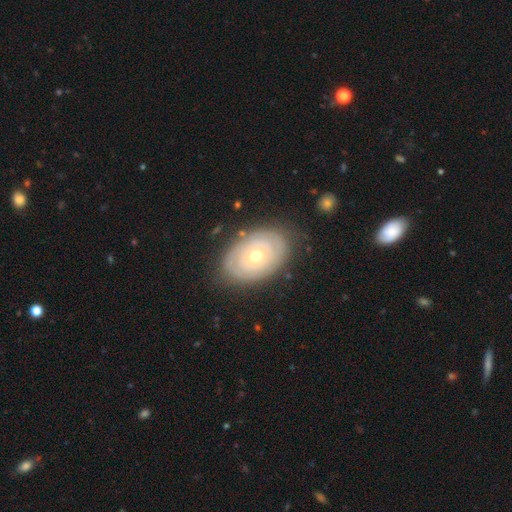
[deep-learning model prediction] Smooth or featured?
  - featured or disk: 71% *
  - smooth: 24%
  - star or artifact: 5%
Edge-on disk?
  - no: 94% *
  - yes: 6%
Bar?
  - no: 88% *
  - weak: 9%
  - strong: 3%
Spiral arms?
  - yes: 61% *
  - no: 39%
Bulge size?
  - moderate: 58% *
  - small: 37%
  - large: 2%
  - dominant: 1%
  - none: 1%
Merging?
  - none: 81% *
  - minor disturbance: 13%
  - major disturbance: 5%
  - merger: 1%